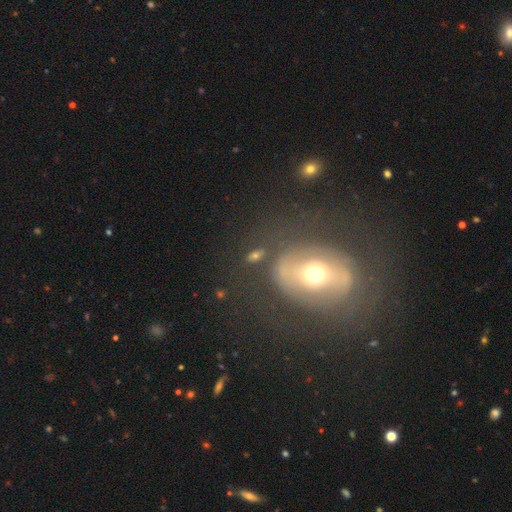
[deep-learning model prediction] featured or disk 49%, smooth 37%, star or artifact 14%. Down the decision tree: merging — none (65%).